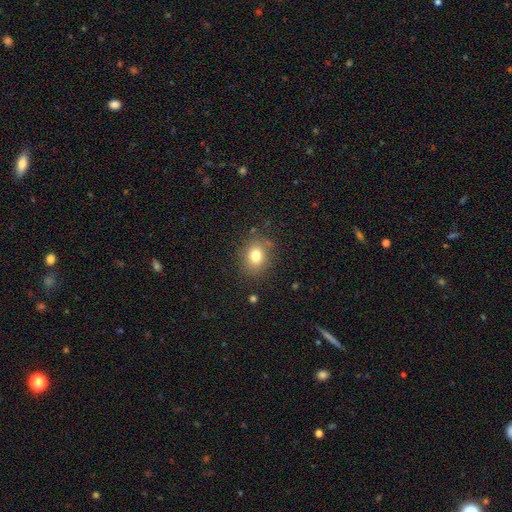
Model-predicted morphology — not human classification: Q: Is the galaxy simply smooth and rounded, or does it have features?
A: smooth — 78%.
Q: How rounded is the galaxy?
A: round — 59%.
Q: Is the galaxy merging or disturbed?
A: none — 82%.